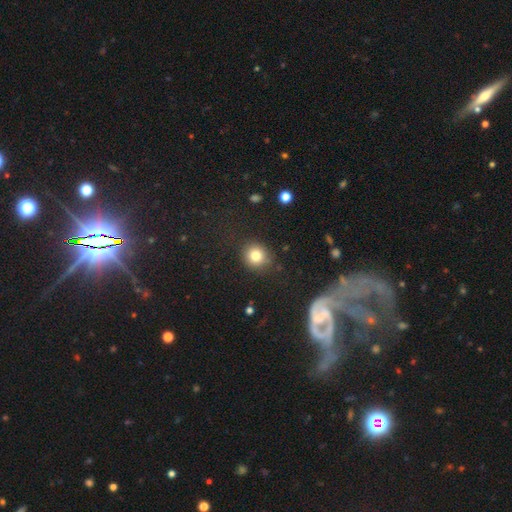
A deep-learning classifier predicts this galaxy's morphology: Smooth or featured?
  - smooth: 82% *
  - star or artifact: 11%
  - featured or disk: 7%
How rounded?
  - round: 84% *
  - in between: 15%
  - cigar-shaped: 1%
Merging?
  - none: 83% *
  - minor disturbance: 11%
  - major disturbance: 4%
  - merger: 2%